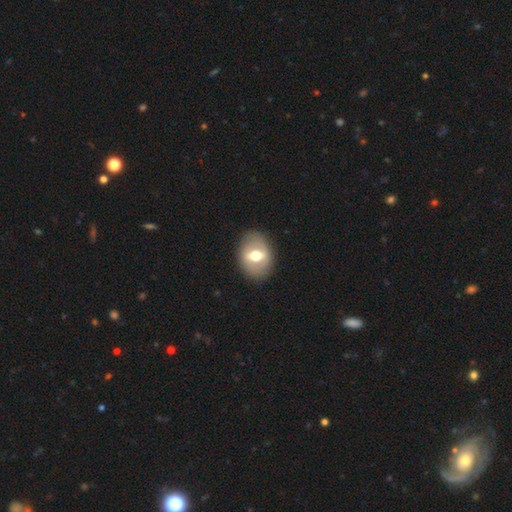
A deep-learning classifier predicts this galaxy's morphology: featured or disk 47%, smooth 46%, star or artifact 7%. Down the decision tree: merging — none (86%).